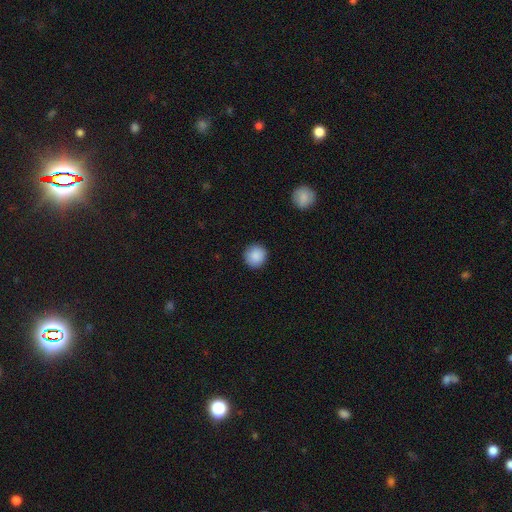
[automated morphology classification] A smooth galaxy with no disk features (89%) that is round (93%).

Vote fractions:
- Smooth or featured? smooth: 89% / star or artifact: 8% / featured or disk: 3%
- How rounded? round: 93% / in between: 6% / cigar-shaped: 1%
- Merging? none: 91% / minor disturbance: 6% / major disturbance: 2% / merger: 1%